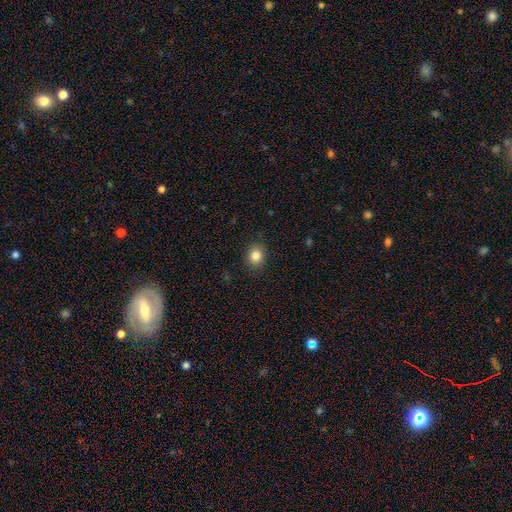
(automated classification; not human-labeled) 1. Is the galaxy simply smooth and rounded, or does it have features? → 84% smooth, 11% star or artifact, 6% featured or disk.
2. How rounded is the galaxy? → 65% round, 34% in between, 1% cigar-shaped.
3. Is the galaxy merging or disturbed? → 89% none, 8% minor disturbance, 2% major disturbance, 1% merger.